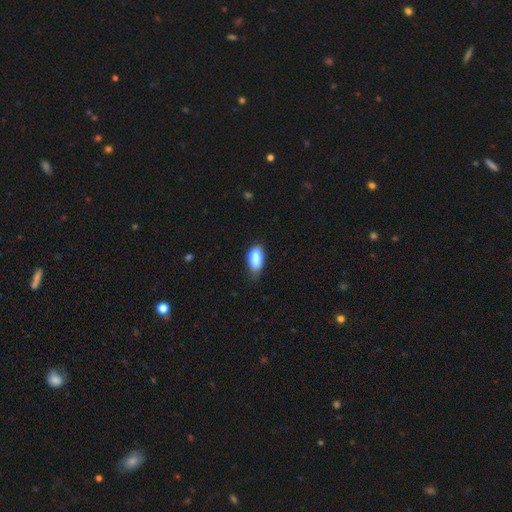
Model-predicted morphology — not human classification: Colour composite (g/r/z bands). It shows a smooth galaxy with no disk features (85%) that is in between round and cigar-shaped (91%). Merging: none (54%).